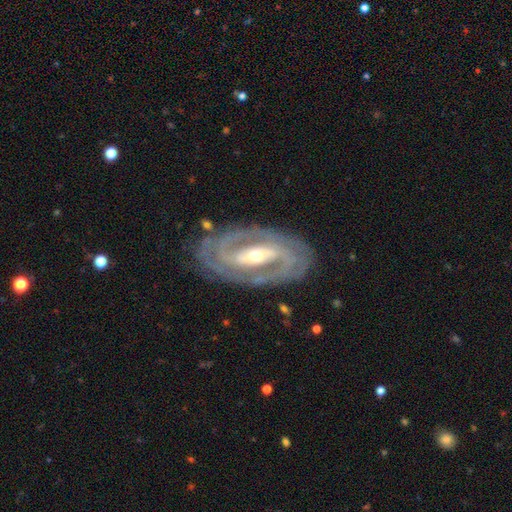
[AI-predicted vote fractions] featured or disk 90%, smooth 5%, star or artifact 4%. Down the decision tree: edge-on disk — no (95%); bar — strong (54%); spiral arms — yes (96%); spiral arm count — 2 (66%); spiral winding — tight (63%); bulge size — moderate (50%); merging — none (82%).